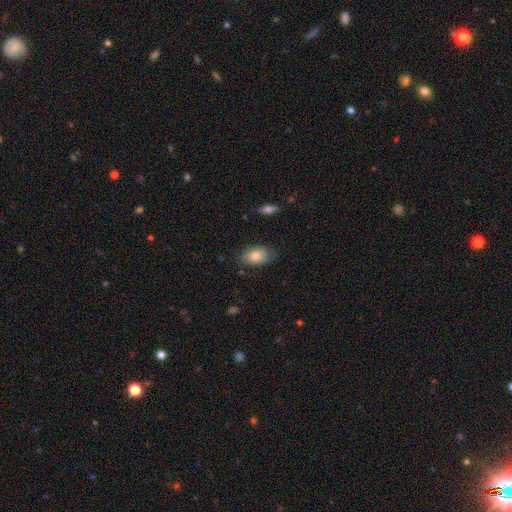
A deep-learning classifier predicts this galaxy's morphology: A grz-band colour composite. It shows a smooth galaxy with no disk features (76%) that is in between round and cigar-shaped (89%). Merging: none (69%).